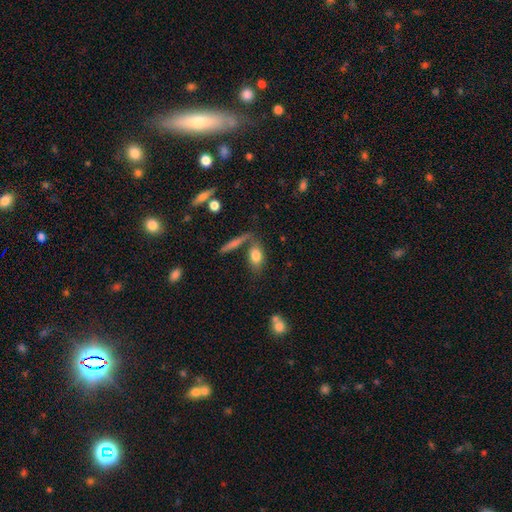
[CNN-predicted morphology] type=smooth (78%); roundness=in between (81%); merging=none (62%).